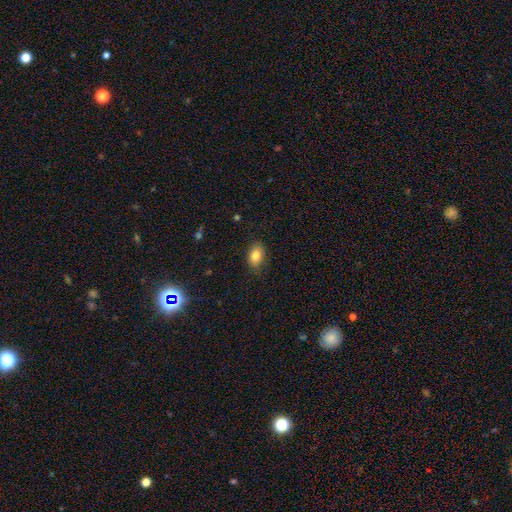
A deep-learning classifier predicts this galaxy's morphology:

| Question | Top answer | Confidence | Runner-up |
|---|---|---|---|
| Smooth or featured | smooth | 80% | featured or disk (11%) |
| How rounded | in between | 79% | round (19%) |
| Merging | none | 81% | minor disturbance (16%) |